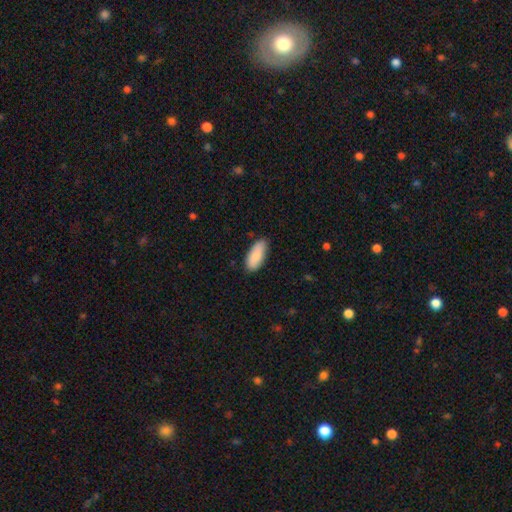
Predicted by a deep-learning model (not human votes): smooth_or_featured: smooth (p=0.86) [alt: featured or disk p=0.09]
how_rounded: in between (p=0.83) [alt: cigar-shaped p=0.15]
merging: none (p=0.81) [alt: minor disturbance p=0.15]